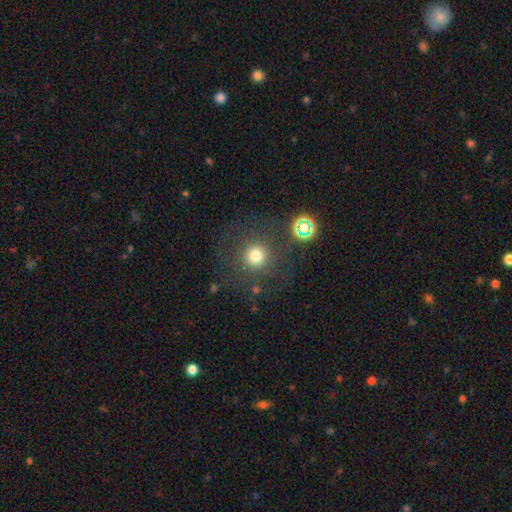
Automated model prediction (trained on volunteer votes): A smooth galaxy with no disk features (73%) that is round (94%). Merging: none (78%).